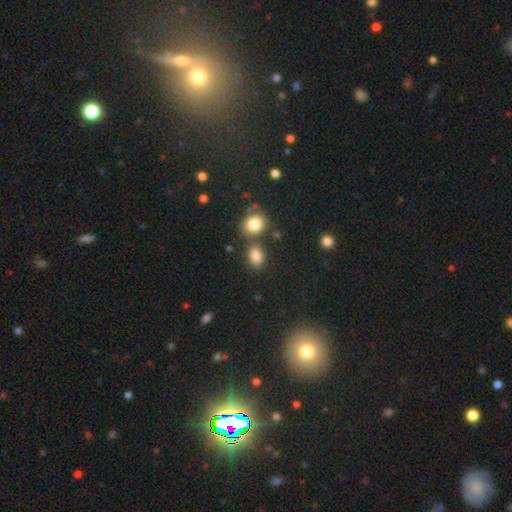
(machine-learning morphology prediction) type=smooth (83%); roundness=in between (68%); merging=none (68%).